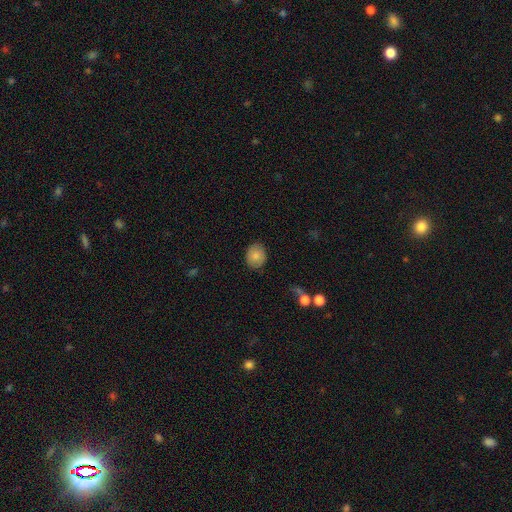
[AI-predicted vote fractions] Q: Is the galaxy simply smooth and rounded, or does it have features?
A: smooth — 83%.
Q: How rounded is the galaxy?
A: round — 65%.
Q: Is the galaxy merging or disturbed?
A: none — 85%.